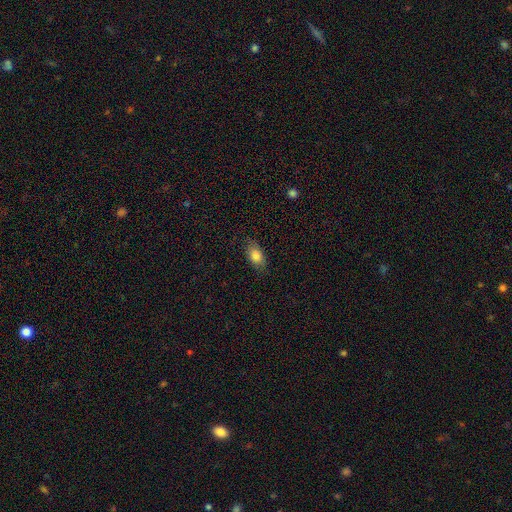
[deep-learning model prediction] Q: Smooth or featured?
A: smooth (82%); runner-up: featured or disk (10%)
Q: How rounded?
A: in between (88%); runner-up: round (8%)
Q: Merging?
A: none (81%); runner-up: minor disturbance (14%)